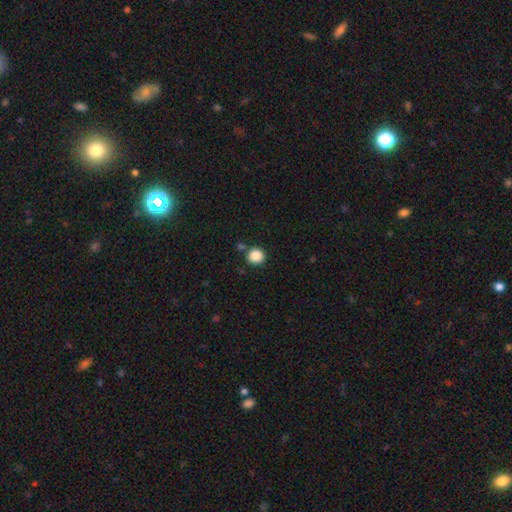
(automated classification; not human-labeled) This appears to be a smooth galaxy with no disk features (86%) that is round (91%). Merging: none (82%).